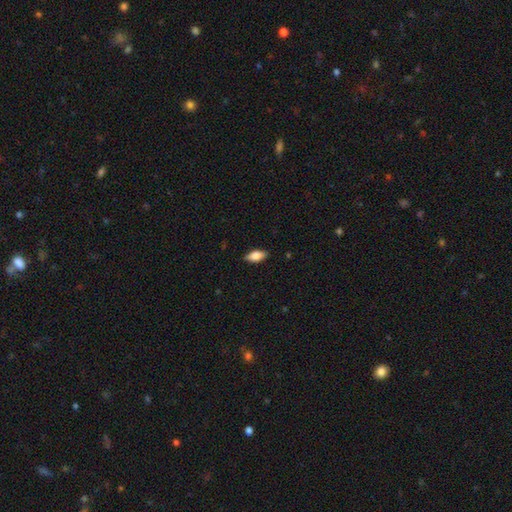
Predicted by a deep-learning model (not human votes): smooth-or-featured: smooth: 75% | featured or disk: 18% | star or artifact: 7%
  how-rounded: in between: 86% | cigar-shaped: 11% | round: 3%
  merging: none: 87% | minor disturbance: 10% | major disturbance: 2% | merger: 1%